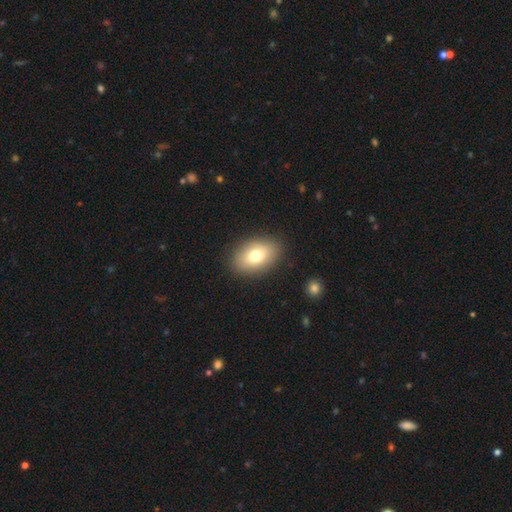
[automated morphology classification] smooth 75%, featured or disk 17%, star or artifact 8%. Down the decision tree: how rounded — in between (88%); merging — none (88%).